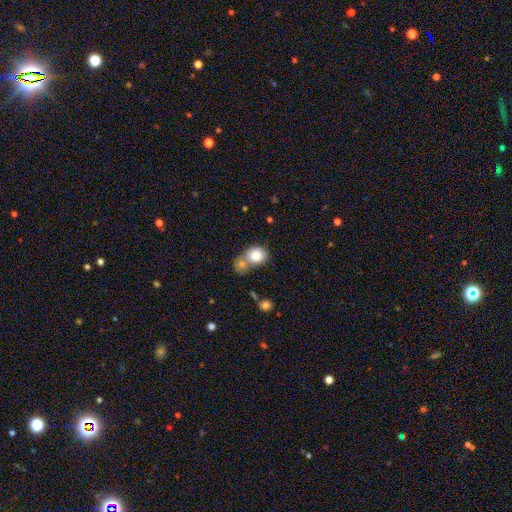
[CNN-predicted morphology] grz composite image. It shows a smooth galaxy with no disk features (82%) that is round (63%). Merging: merger (53%).